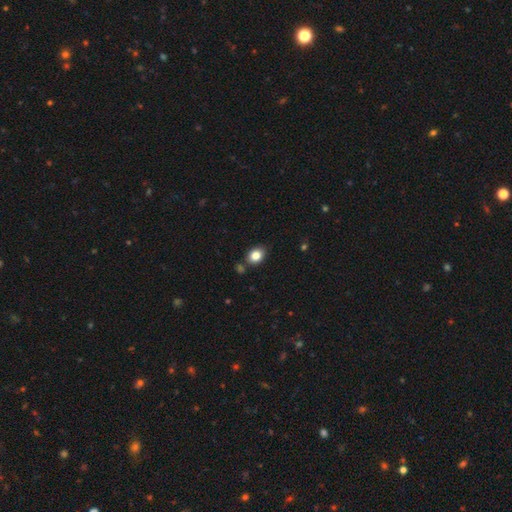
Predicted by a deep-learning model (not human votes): smooth-or-featured: smooth: 84% | star or artifact: 9% | featured or disk: 7%
  how-rounded: in between: 63% | round: 36% | cigar-shaped: 1%
  merging: none: 80% | minor disturbance: 11% | merger: 6% | major disturbance: 3%